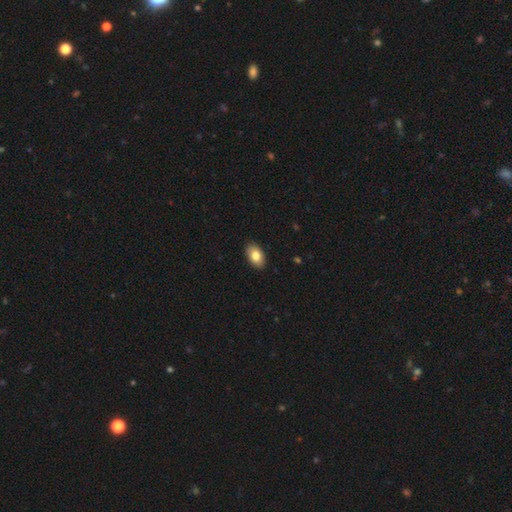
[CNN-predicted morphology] A smooth galaxy with no disk features (83%) that is in between round and cigar-shaped (93%).

Vote fractions:
- Smooth or featured? smooth: 83% / featured or disk: 10% / star or artifact: 7%
- How rounded? in between: 93% / round: 5% / cigar-shaped: 1%
- Merging? none: 90% / minor disturbance: 8% / major disturbance: 2% / merger: 1%